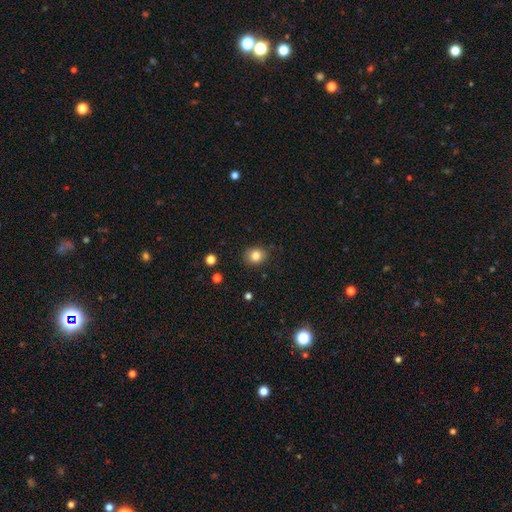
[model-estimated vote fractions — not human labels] Overall: smooth (83%). How rounded: round (72%). Merging: none (85%).